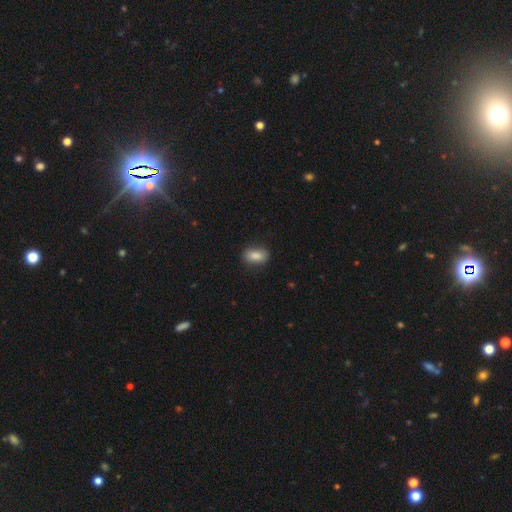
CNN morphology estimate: Smooth or featured? Predicted: smooth (p=0.86). How rounded? Predicted: in between (p=0.88). Merging? Predicted: none (p=0.84).